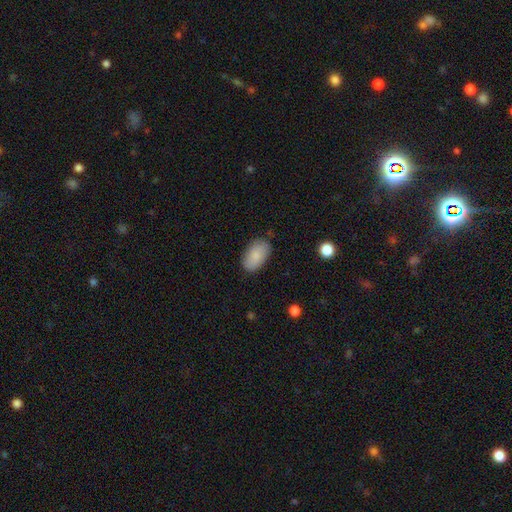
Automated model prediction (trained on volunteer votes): smooth-or-featured: smooth: 84% | featured or disk: 9% | star or artifact: 6%
  how-rounded: in between: 94% | round: 4% | cigar-shaped: 2%
  merging: none: 82% | minor disturbance: 14% | major disturbance: 3% | merger: 1%